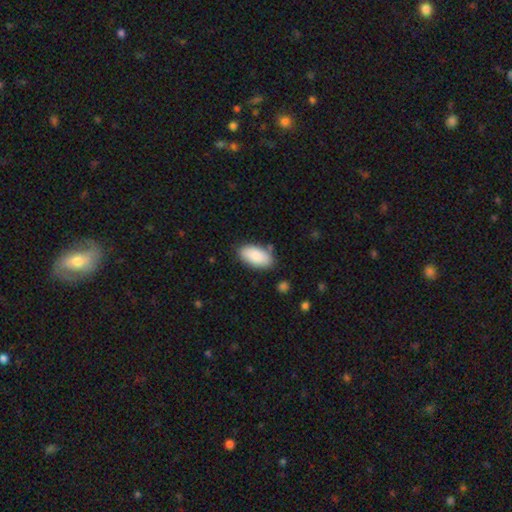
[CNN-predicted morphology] This is clearly a smooth galaxy (88%). How rounded: clearly in between (94%). Merging: clearly none (80%).